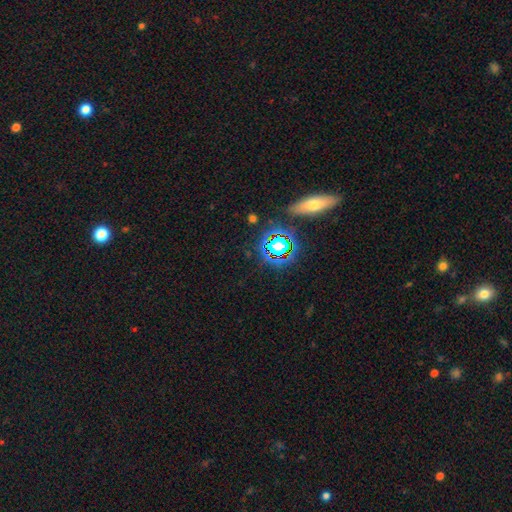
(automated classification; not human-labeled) Smooth or featured: star or artifact — 48% (smooth — 31%)